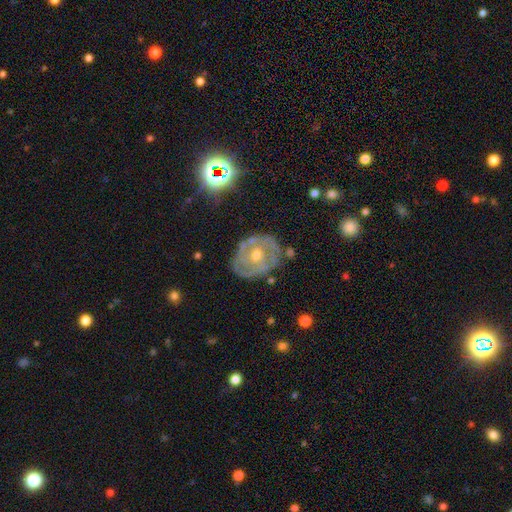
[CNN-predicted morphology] Smooth or featured?
  - featured or disk: 79% *
  - smooth: 14%
  - star or artifact: 7%
Edge-on disk?
  - no: 97% *
  - yes: 3%
Bar?
  - no: 71% *
  - weak: 24%
  - strong: 6%
Spiral arms?
  - yes: 79% *
  - no: 21%
Spiral winding?
  - tight: 65% *
  - medium: 28%
  - loose: 8%
Spiral arm count?
  - 2: 38% *
  - can't tell: 35%
  - 3: 14%
  - 1: 5%
  - 4: 4%
  - more than 4: 3%
Bulge size?
  - moderate: 55% *
  - small: 41%
  - large: 2%
  - none: 1%
  - dominant: 1%
Merging?
  - none: 72% *
  - minor disturbance: 19%
  - major disturbance: 6%
  - merger: 3%